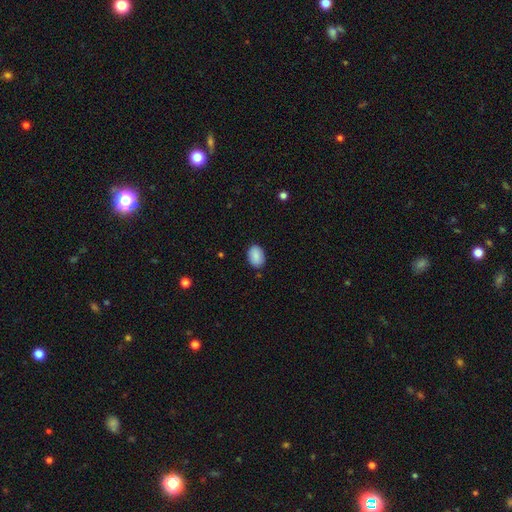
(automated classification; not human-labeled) This appears to be a smooth galaxy with no disk features (88%) that is in between round and cigar-shaped (82%). Merging: none (85%).